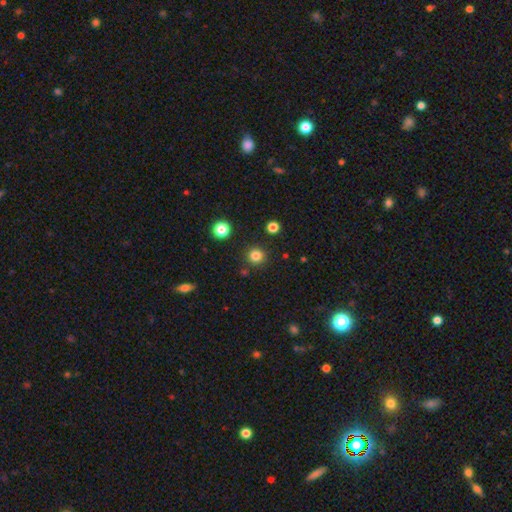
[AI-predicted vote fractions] Smooth or featured: smooth — 82% (star or artifact — 13%)
How rounded: round — 93% (in between — 6%)
Merging: none — 88% (minor disturbance — 7%)